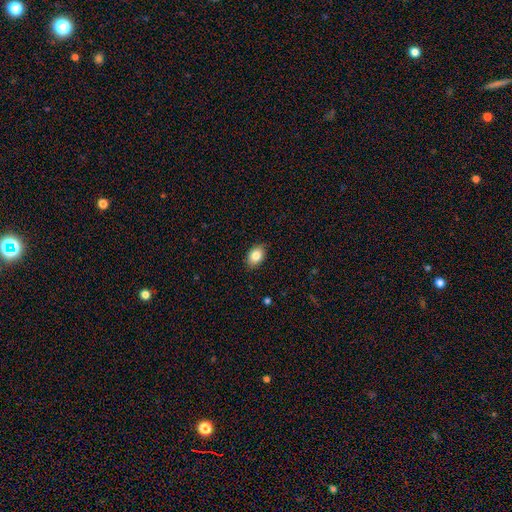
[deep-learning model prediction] Smooth or featured? Predicted: smooth (p=0.84). How rounded? Predicted: in between (p=0.80). Merging? Predicted: none (p=0.86).